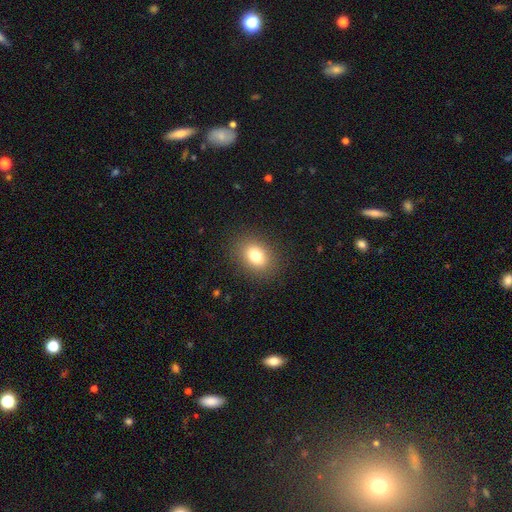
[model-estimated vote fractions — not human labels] The model was most divided on "how rounded": in between: 67%, round: 32%, cigar-shaped: 1%. More confident: merging — none (88%); smooth or featured — smooth (80%).